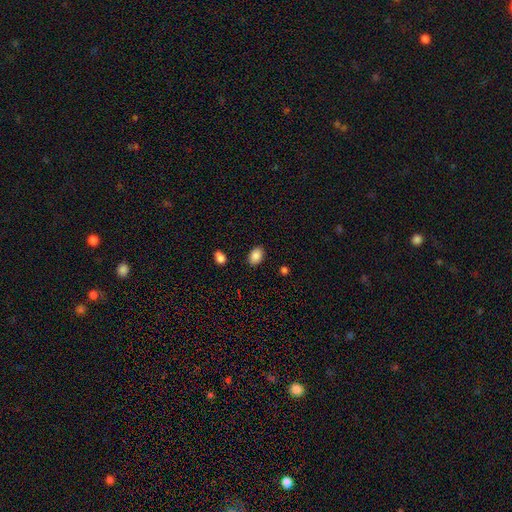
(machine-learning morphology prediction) Smooth or featured? smooth (88%)
How rounded? in between (81%)
Merging? none (87%)